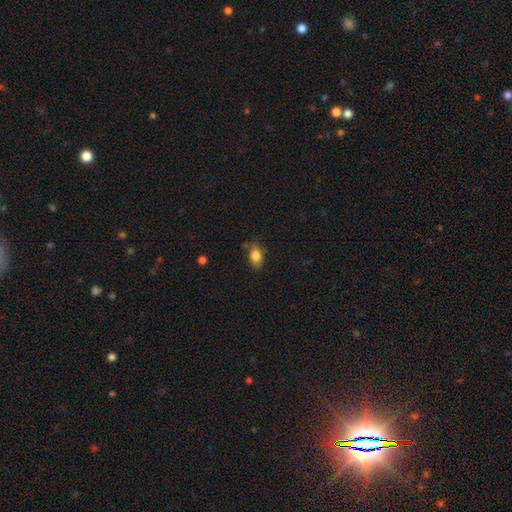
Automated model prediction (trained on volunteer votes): Smooth or featured: smooth — 83% (featured or disk — 9%)
How rounded: in between — 85% (round — 12%)
Merging: none — 77% (minor disturbance — 16%)